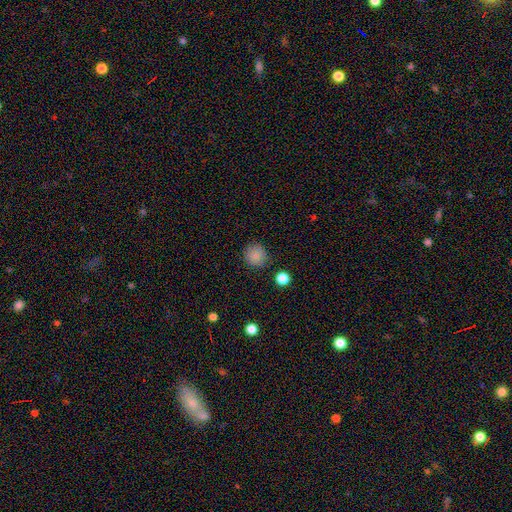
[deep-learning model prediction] Smooth or featured? Predicted: smooth (p=0.86). How rounded? Predicted: round (p=0.93). Merging? Predicted: none (p=0.89).